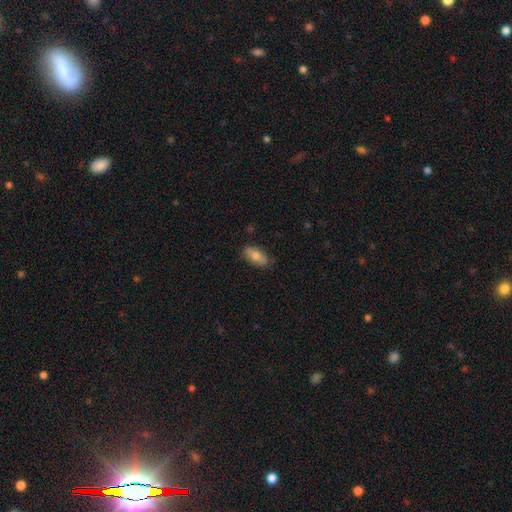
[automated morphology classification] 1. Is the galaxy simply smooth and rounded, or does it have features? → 76% smooth, 17% featured or disk, 7% star or artifact.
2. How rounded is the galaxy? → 91% in between, 5% cigar-shaped, 4% round.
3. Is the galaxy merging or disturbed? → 83% none, 14% minor disturbance, 2% major disturbance, 1% merger.